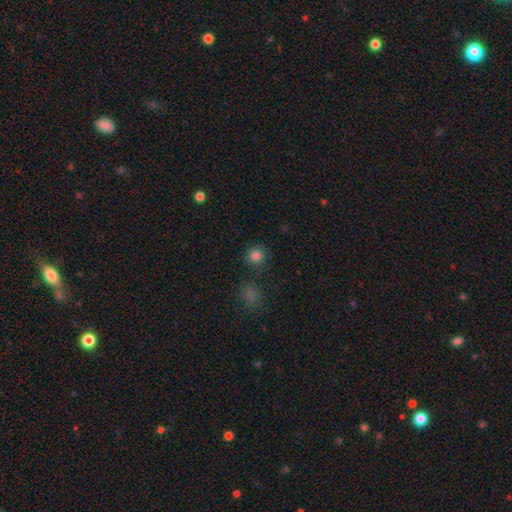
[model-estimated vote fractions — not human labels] Overall: smooth (82%). How rounded: round (94%). Merging: none (82%).